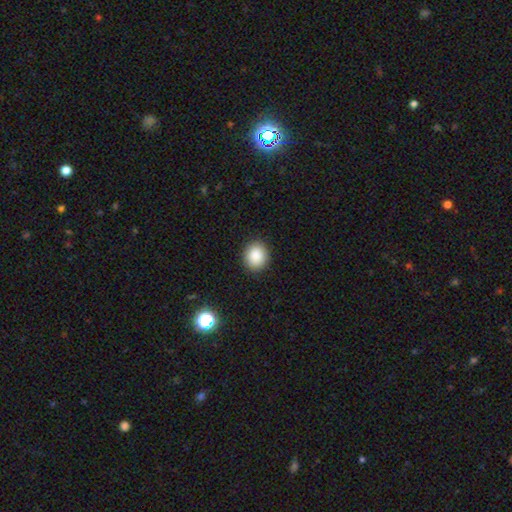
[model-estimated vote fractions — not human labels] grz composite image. It shows a smooth galaxy with no disk features (87%) that is round (66%). Merging: none (90%).